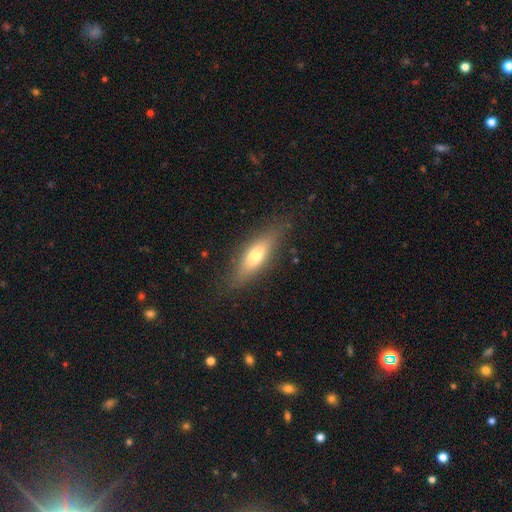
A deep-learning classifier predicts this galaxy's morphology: A smooth galaxy with no disk features (59%) that is in between round and cigar-shaped (49%). Merging: none (82%).